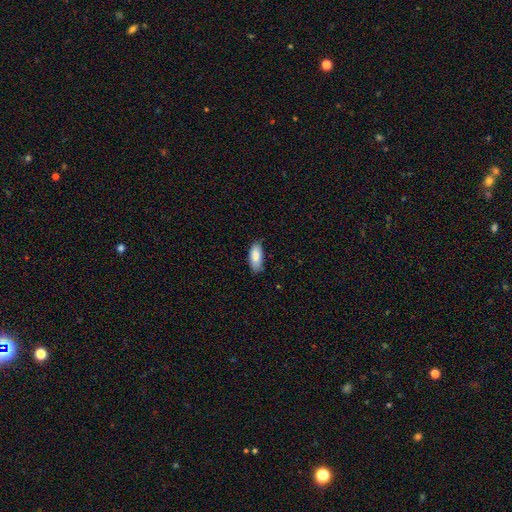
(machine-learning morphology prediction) Q: Smooth or featured?
A: smooth (86%); runner-up: featured or disk (8%)
Q: How rounded?
A: in between (86%); runner-up: cigar-shaped (13%)
Q: Merging?
A: none (76%); runner-up: minor disturbance (20%)